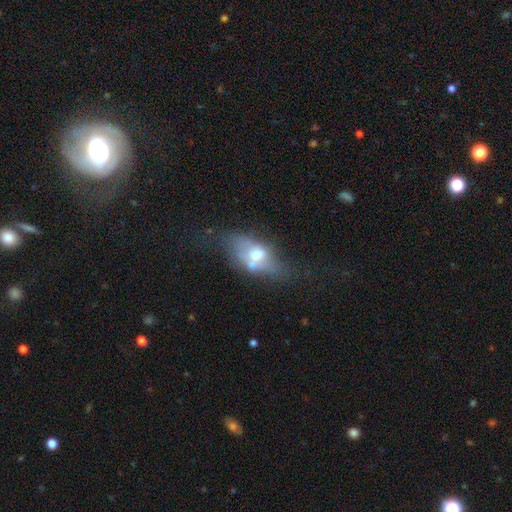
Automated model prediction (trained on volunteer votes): Smooth or featured? smooth (47%)
Merging? none (31%)